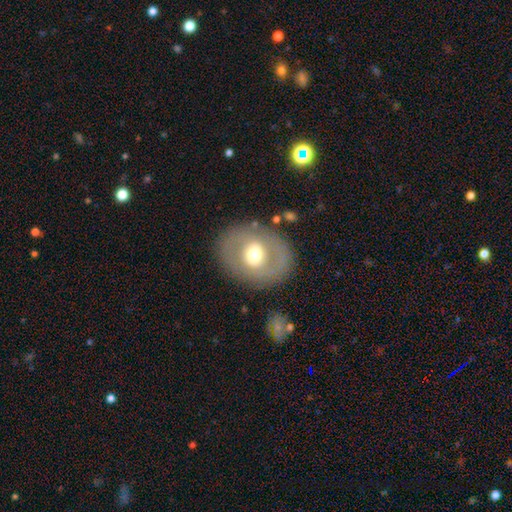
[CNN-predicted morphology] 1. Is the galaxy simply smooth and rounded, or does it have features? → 48% featured or disk, 43% smooth, 9% star or artifact.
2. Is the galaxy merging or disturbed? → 81% none, 12% minor disturbance, 5% major disturbance, 3% merger.